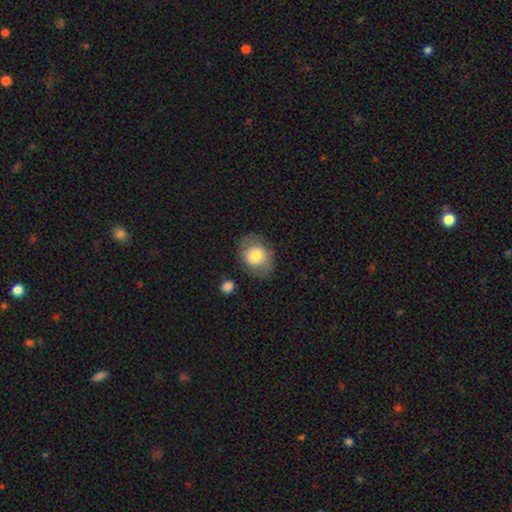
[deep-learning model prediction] smooth-or-featured: smooth: 68% | featured or disk: 24% | star or artifact: 7%
  how-rounded: in between: 54% | round: 45% | cigar-shaped: 1%
  merging: none: 73% | minor disturbance: 17% | major disturbance: 7% | merger: 3%